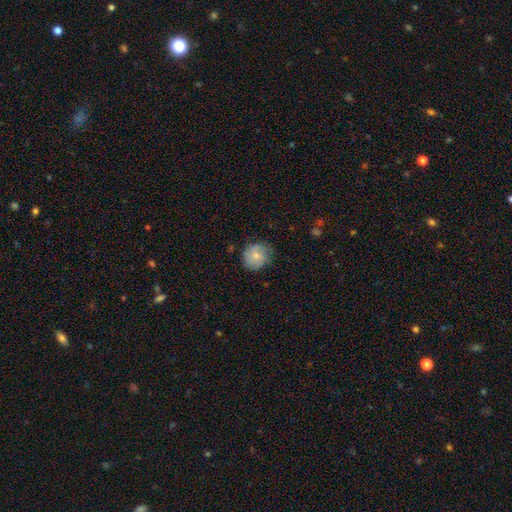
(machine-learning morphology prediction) type=smooth (67%); roundness=round (82%); merging=none (71%).